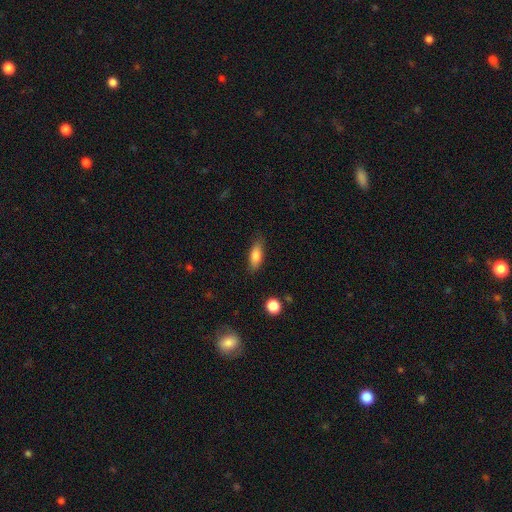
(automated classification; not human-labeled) This is clearly a smooth galaxy (81%). How rounded: likely in between (72%). Merging: clearly none (81%).